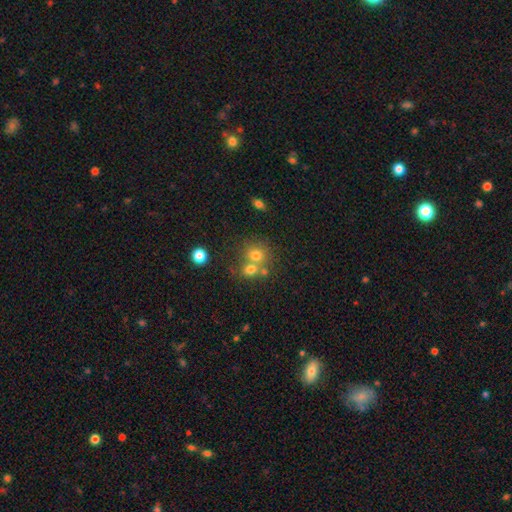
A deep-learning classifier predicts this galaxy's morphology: This is likely a smooth galaxy (72%). How rounded: likely round (80%). Merging: marginally none (44%, tied with merger).